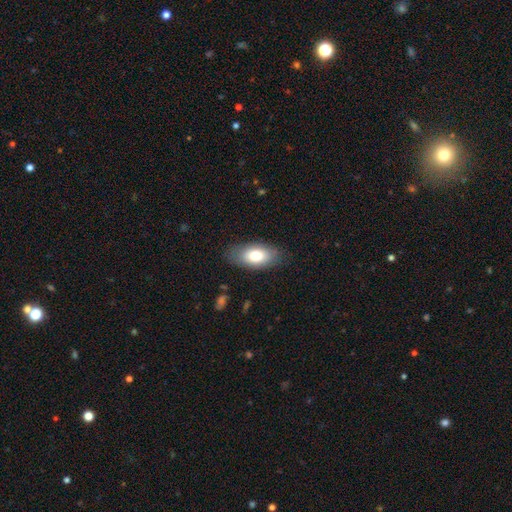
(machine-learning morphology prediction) A smooth galaxy with no disk features (77%) that is in between round and cigar-shaped (91%).

Vote fractions:
- Smooth or featured? smooth: 77% / featured or disk: 16% / star or artifact: 7%
- How rounded? in between: 91% / cigar-shaped: 5% / round: 4%
- Merging? none: 81% / minor disturbance: 14% / major disturbance: 4% / merger: 1%